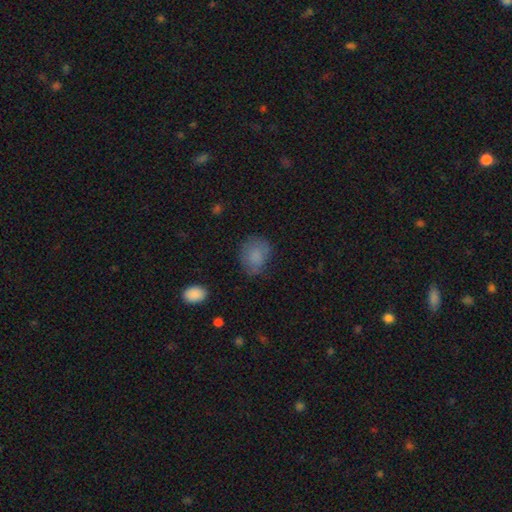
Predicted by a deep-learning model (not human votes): This appears to be a smooth galaxy with no disk features (81%) that is in between round and cigar-shaped (52%). Merging: none (65%).